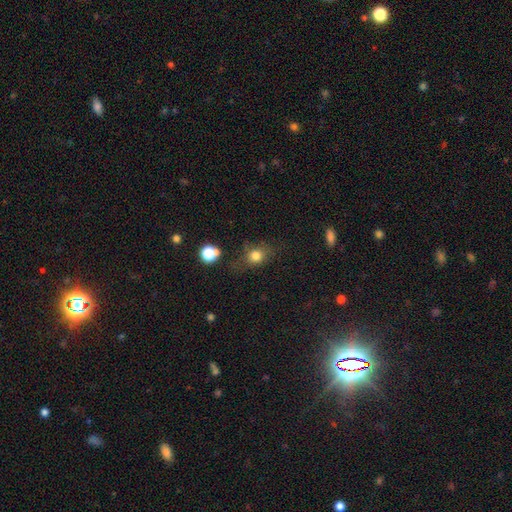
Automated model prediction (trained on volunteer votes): smooth-or-featured: smooth: 75% | star or artifact: 14% | featured or disk: 11%
  how-rounded: round: 60% | in between: 38% | cigar-shaped: 3%
  merging: none: 61% | minor disturbance: 23% | major disturbance: 12% | merger: 5%